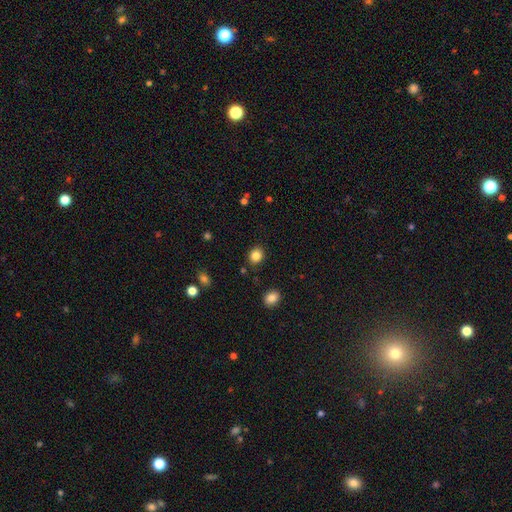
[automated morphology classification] smooth-or-featured: smooth: 85% | star or artifact: 10% | featured or disk: 5%
  how-rounded: round: 63% | in between: 37% | cigar-shaped: 1%
  merging: none: 87% | minor disturbance: 8% | major disturbance: 2% | merger: 2%